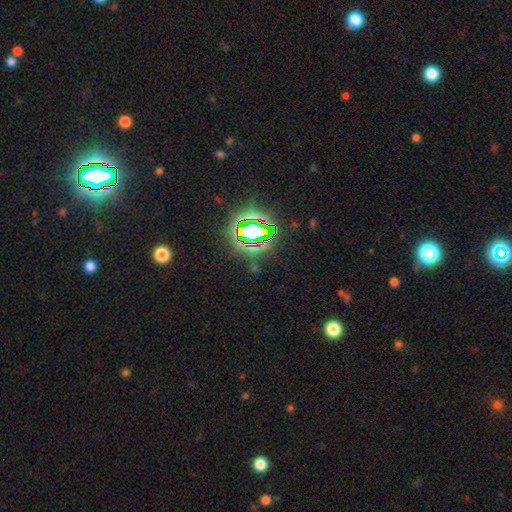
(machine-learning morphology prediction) This appears to be a star or artifact, not a galaxy (82%).